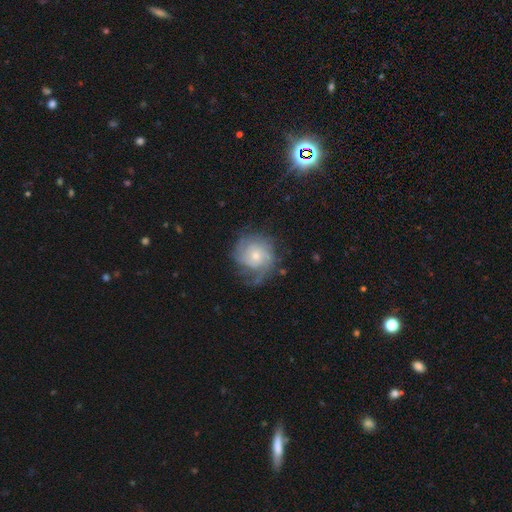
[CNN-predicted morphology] Smooth or featured? featured or disk (73%)
Edge-on disk? no (98%)
Bar? no (77%)
Spiral arms? yes (91%)
Spiral winding? tight (48%)
Spiral arm count? can't tell (37%)
Bulge size? small (65%)
Merging? none (59%)